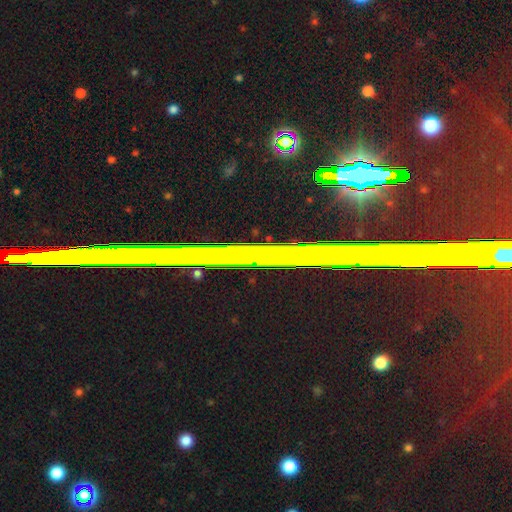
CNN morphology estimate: star or artifact 78%, featured or disk 14%, smooth 8%.